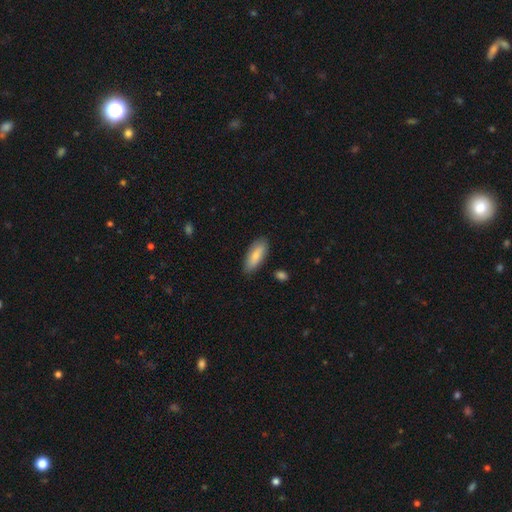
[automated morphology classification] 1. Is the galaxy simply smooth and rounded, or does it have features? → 82% smooth, 12% featured or disk, 6% star or artifact.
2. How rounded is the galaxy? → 74% in between, 24% cigar-shaped, 2% round.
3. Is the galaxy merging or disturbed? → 84% none, 12% minor disturbance, 2% major disturbance, 2% merger.